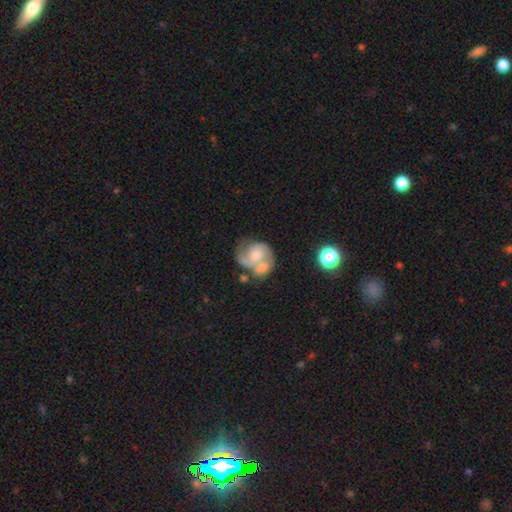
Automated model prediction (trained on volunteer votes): Smooth or featured: featured or disk — 62% (smooth — 31%)
Edge-on disk: no — 98% (yes — 2%)
Bar: no — 69% (weak — 25%)
Spiral arms: yes — 76% (no — 24%)
Bulge size: moderate — 36% (small — 29%)
Merging: merger — 47% (none — 26%)